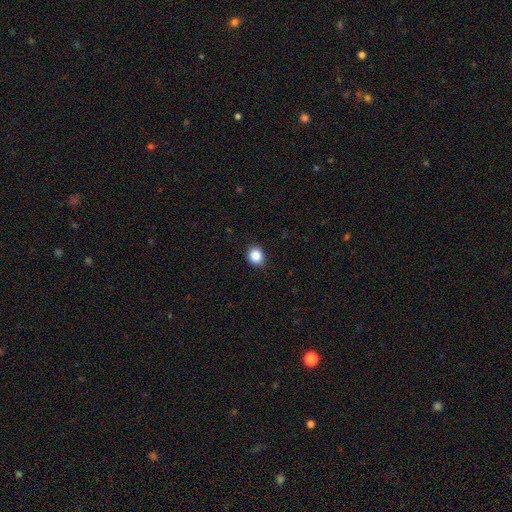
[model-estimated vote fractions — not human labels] A smooth galaxy with no disk features (88%) that is round (76%).

Vote fractions:
- Smooth or featured? smooth: 88% / star or artifact: 9% / featured or disk: 3%
- How rounded? round: 76% / in between: 23% / cigar-shaped: 1%
- Merging? none: 87% / minor disturbance: 10% / major disturbance: 2% / merger: 1%